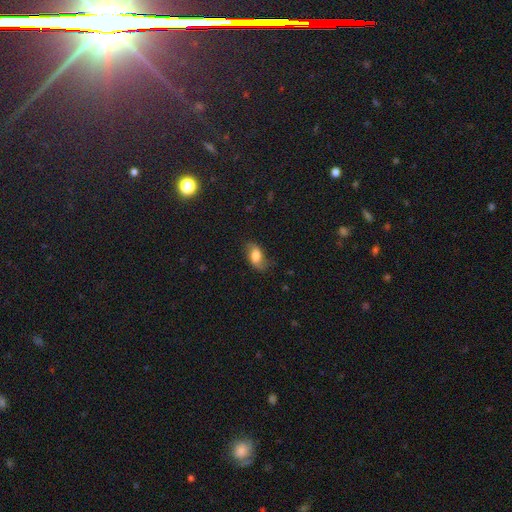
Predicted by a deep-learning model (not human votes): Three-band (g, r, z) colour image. It shows a smooth galaxy with no disk features (65%) that is in between round and cigar-shaped (87%). Merging: none (68%).